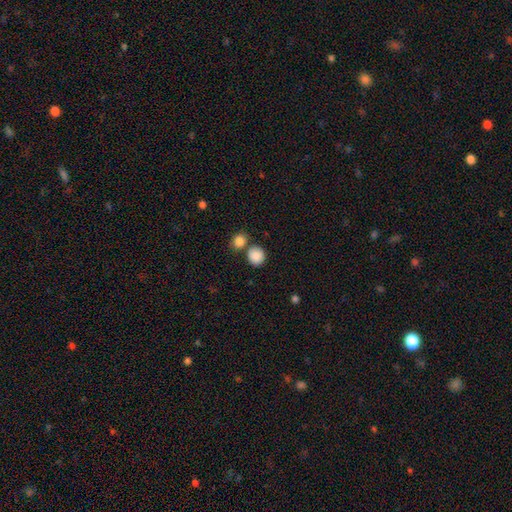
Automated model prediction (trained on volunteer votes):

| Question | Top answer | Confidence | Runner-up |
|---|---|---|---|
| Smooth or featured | smooth | 88% | star or artifact (9%) |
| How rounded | round | 83% | in between (16%) |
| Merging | none | 62% | merger (25%) |